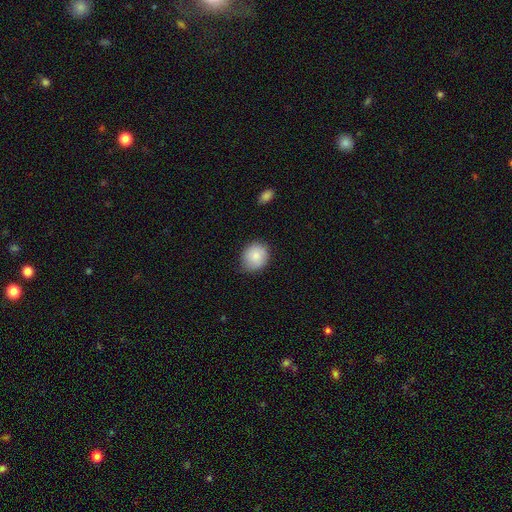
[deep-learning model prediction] Smooth or featured? Predicted: smooth (p=0.84). How rounded? Predicted: round (p=0.70). Merging? Predicted: none (p=0.76).